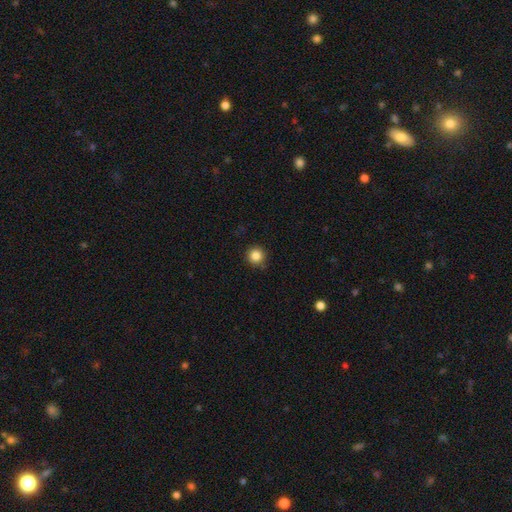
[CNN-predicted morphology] A smooth galaxy with no disk features (84%) that is round (95%). Merging: none (88%).